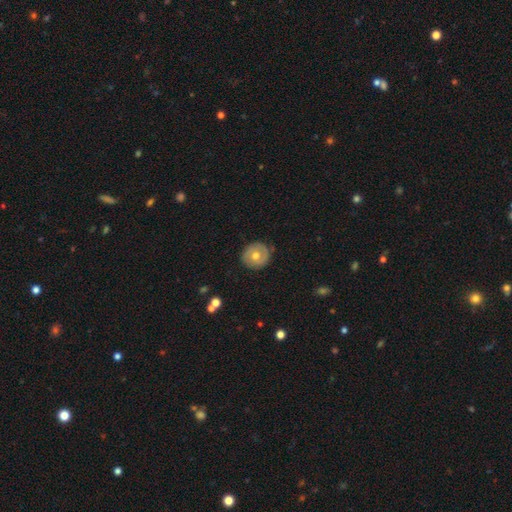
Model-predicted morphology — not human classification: This appears to be a smooth galaxy with no disk features (53%) that is round (92%). Merging: none (86%).